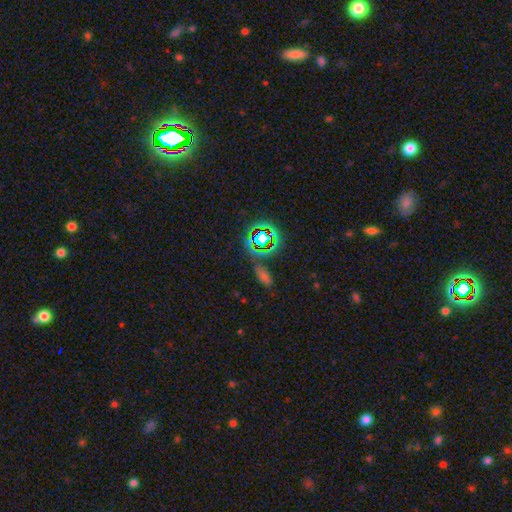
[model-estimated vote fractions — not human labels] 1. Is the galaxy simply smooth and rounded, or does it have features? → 52% star or artifact, 25% featured or disk, 23% smooth.